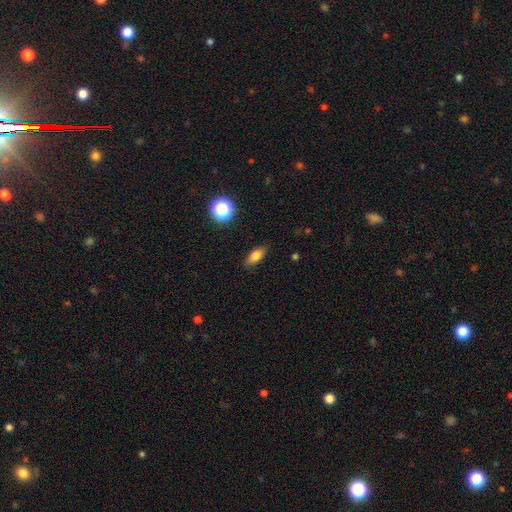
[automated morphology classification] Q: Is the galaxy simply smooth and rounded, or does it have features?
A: smooth — 77%.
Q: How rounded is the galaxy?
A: in between — 78%.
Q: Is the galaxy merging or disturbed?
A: none — 84%.